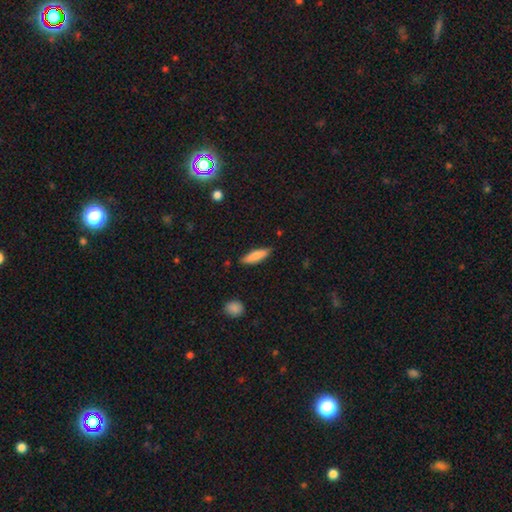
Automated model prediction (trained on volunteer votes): Overall: smooth (82%). How rounded: cigar-shaped (67%; in between 32%). Merging: none (84%).